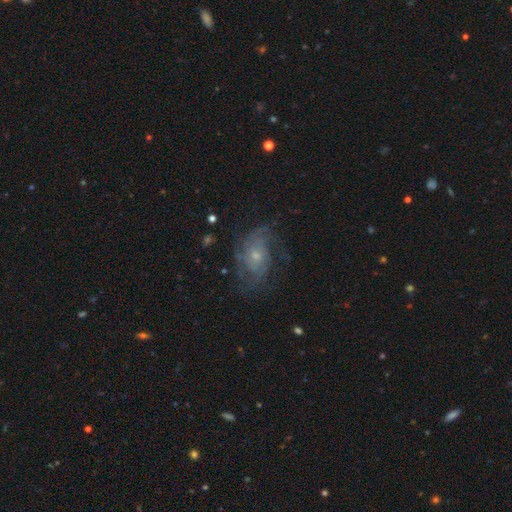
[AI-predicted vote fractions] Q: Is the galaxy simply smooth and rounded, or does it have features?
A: featured or disk — 71%.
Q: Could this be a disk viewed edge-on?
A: no — 96%.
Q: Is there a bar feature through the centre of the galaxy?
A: no — 79%.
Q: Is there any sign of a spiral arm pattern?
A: yes — 85%.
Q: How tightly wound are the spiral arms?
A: tight — 39%, tied with medium.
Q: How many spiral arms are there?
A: can't tell — 42%.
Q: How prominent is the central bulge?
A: small — 64%.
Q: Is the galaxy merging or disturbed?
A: none — 59%.